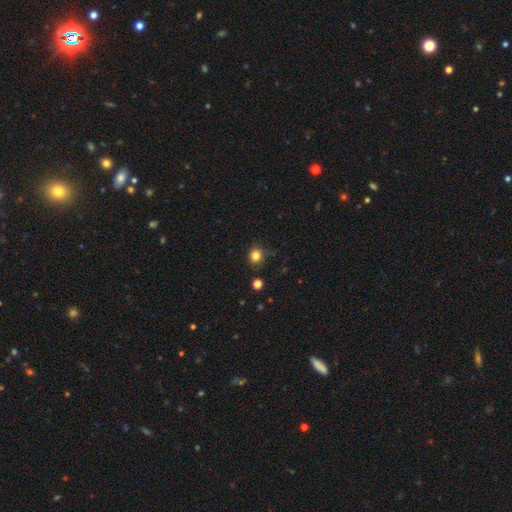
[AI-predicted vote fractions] Overall: smooth (82%). How rounded: round (86%). Merging: none (83%).